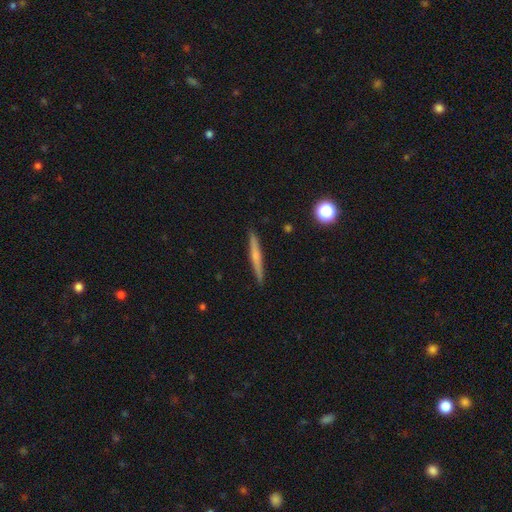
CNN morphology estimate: Smooth or featured? featured or disk (50%)
Edge-on disk? yes (97%)
Merging? none (91%)